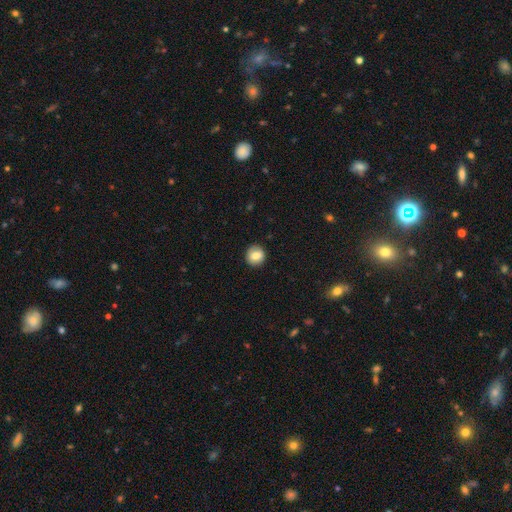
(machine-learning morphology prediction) type=smooth (78%); roundness=round (89%); merging=none (89%).